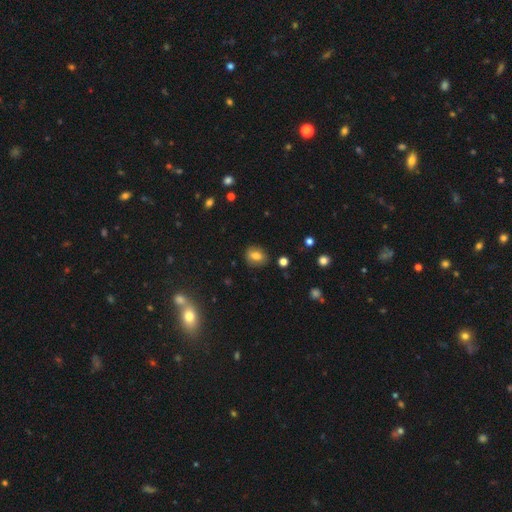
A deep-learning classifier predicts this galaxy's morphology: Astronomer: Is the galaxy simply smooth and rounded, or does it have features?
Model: smooth — 74%.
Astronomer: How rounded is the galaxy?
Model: in between — 53% (runner-up: round, 45%).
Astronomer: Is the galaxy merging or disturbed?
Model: none — 84%.